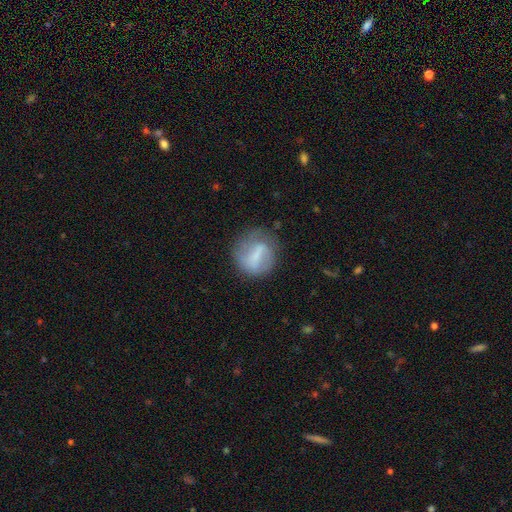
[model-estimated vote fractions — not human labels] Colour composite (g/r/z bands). It shows a featured or disk galaxy (47%). Merging: none (59%).